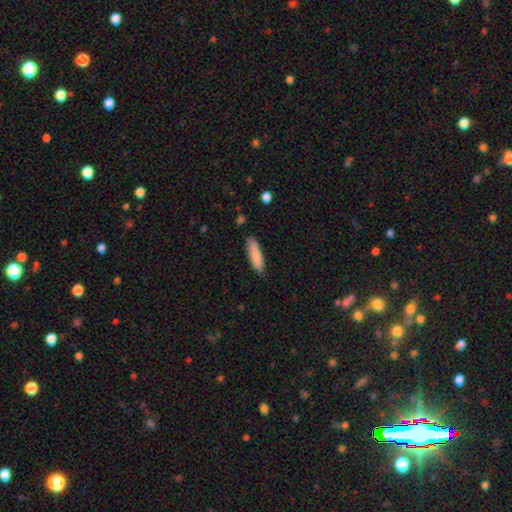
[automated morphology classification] smooth-or-featured: smooth: 85% | featured or disk: 9% | star or artifact: 6%
  how-rounded: cigar-shaped: 63% | in between: 35% | round: 1%
  merging: none: 82% | minor disturbance: 14% | major disturbance: 2% | merger: 1%